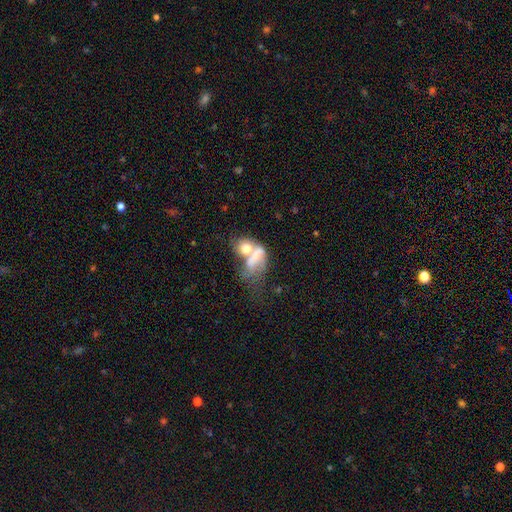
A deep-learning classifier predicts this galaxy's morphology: This appears to be a smooth galaxy with no disk features (54%) that is in between round and cigar-shaped (71%). Merging: merger (64%).